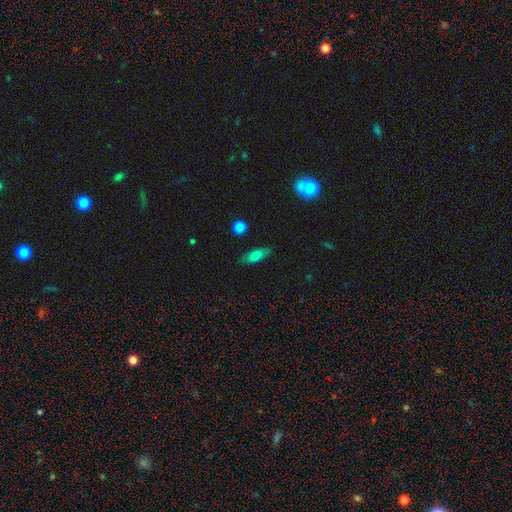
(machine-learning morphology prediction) smooth 77%, featured or disk 15%, star or artifact 8%. Down the decision tree: how rounded — in between (67%); merging — none (80%).